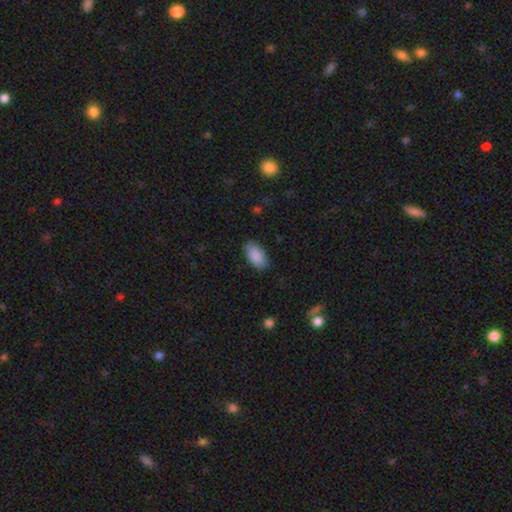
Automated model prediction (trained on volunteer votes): This is clearly a smooth galaxy (89%). How rounded: clearly in between (95%). Merging: clearly none (83%).